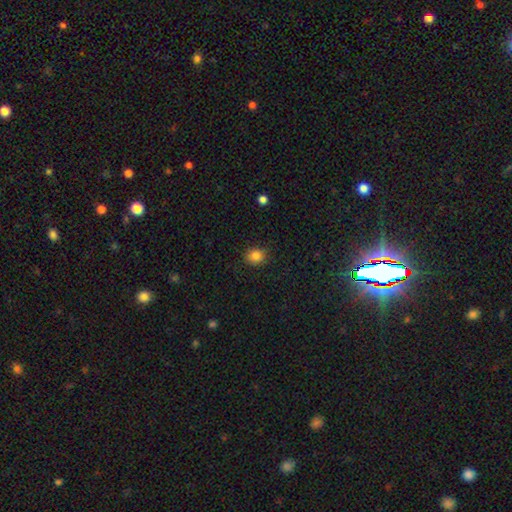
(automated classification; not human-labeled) This appears to be a smooth galaxy with no disk features (84%) that is round (76%). Merging: none (86%).